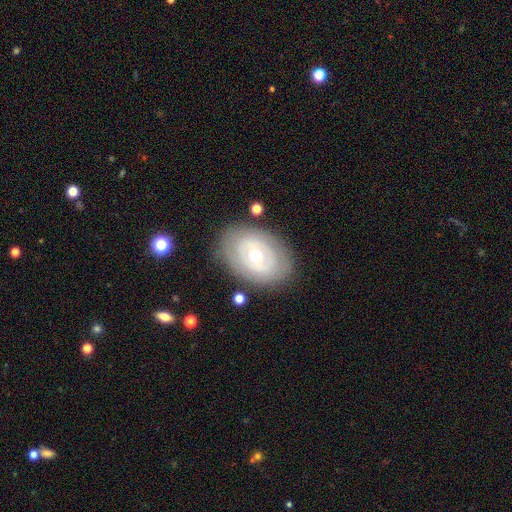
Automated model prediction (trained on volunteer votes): This is likely a featured or disk galaxy (64%). It is clearly not viewed edge-on (93%). Bar: likely no (65%). Spiral arm pattern: likely no (70%). Central bulge: likely moderate (60%). Merging: clearly none (80%).